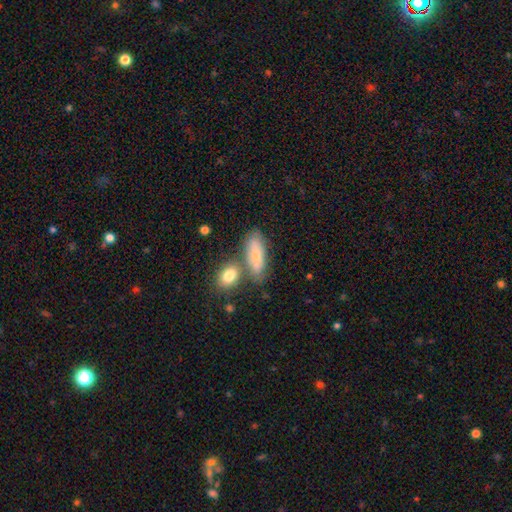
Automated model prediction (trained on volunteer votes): smooth_or_featured: smooth (p=0.72) [alt: featured or disk p=0.21]
how_rounded: in between (p=0.66) [alt: cigar-shaped p=0.31]
merging: none (p=0.58) [alt: merger p=0.23]